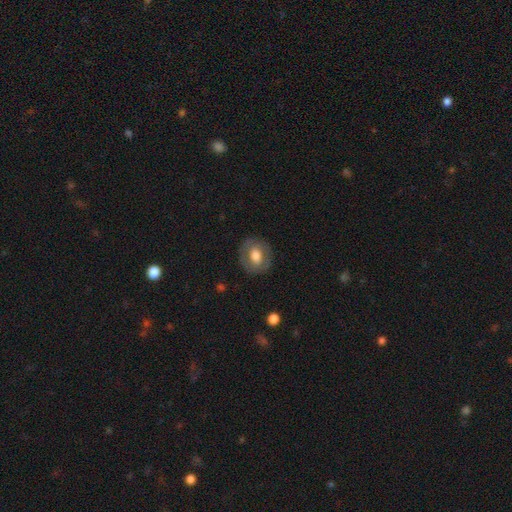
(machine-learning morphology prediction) type=smooth (58%); roundness=round (57%); merging=none (82%).